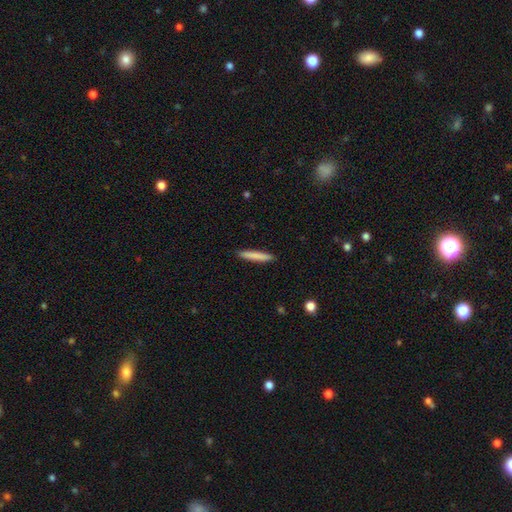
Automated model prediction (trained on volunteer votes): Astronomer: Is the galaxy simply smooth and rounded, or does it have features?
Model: smooth — 82%.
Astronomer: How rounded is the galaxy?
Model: cigar-shaped — 94%.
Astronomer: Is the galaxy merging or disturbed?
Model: none — 91%.